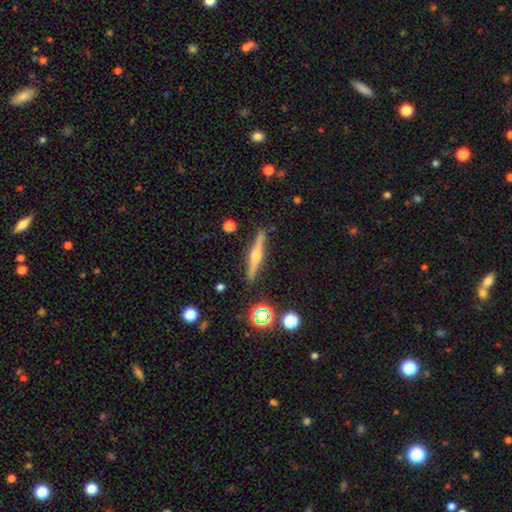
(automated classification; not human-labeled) A featured or disk galaxy (74%) viewed edge-on (98%) with a rounded central bulge (93%). Merging: none (90%).